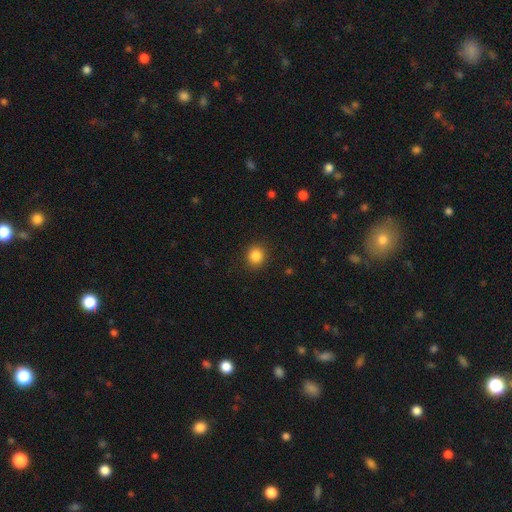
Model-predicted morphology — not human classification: smooth-or-featured: smooth: 85% | star or artifact: 11% | featured or disk: 4%
  how-rounded: round: 87% | in between: 12% | cigar-shaped: 1%
  merging: none: 91% | minor disturbance: 6% | major disturbance: 2% | merger: 1%